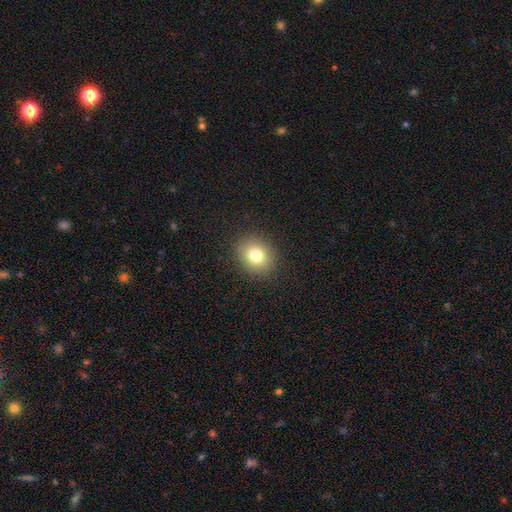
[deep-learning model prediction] Q: Smooth or featured?
A: smooth (80%); runner-up: star or artifact (11%)
Q: How rounded?
A: round (63%); runner-up: in between (36%)
Q: Merging?
A: none (89%); runner-up: minor disturbance (7%)